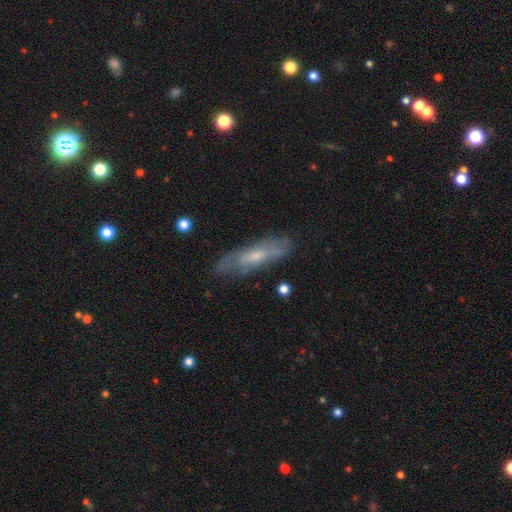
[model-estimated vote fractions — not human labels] This appears to be a featured or disk galaxy (55%). Merging: none (77%).